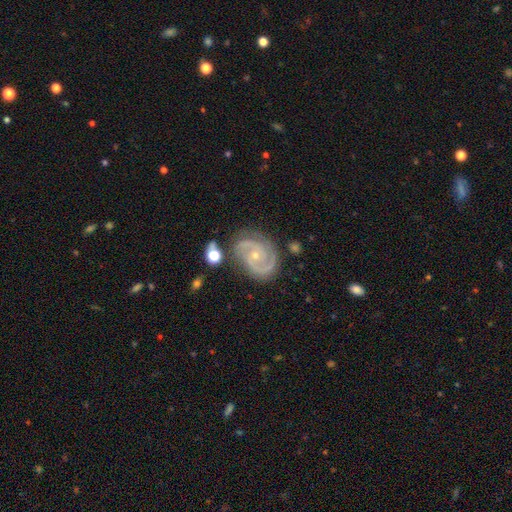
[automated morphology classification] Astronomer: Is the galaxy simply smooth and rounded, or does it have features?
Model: featured or disk — 91%.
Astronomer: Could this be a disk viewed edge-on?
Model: no — 98%.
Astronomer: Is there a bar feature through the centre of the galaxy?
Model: no — 68%.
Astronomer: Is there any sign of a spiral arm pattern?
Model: yes — 98%.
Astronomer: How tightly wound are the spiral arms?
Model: tight — 49% (runner-up: medium, 44%).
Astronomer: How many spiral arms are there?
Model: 2 — 81%.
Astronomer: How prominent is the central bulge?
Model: small — 70%.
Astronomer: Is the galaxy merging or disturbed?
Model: none — 76%.